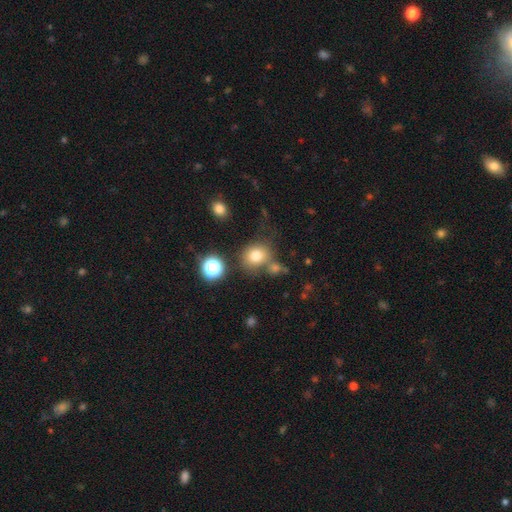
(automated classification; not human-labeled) A smooth galaxy with no disk features (76%) that is round (77%). Merging: none (67%).